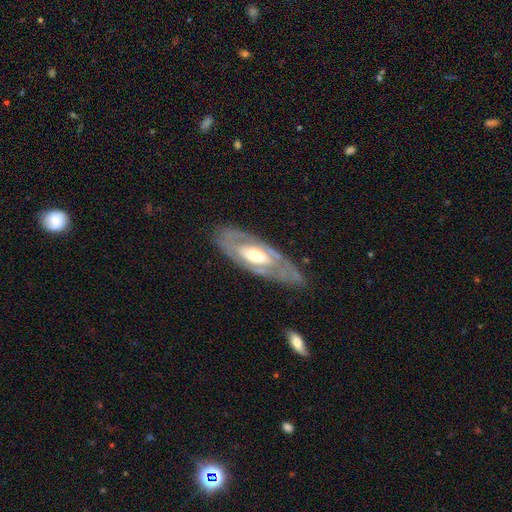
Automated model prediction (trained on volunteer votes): Smooth or featured?
  - featured or disk: 75% *
  - smooth: 21%
  - star or artifact: 5%
Edge-on disk?
  - no: 82% *
  - yes: 18%
Bar?
  - no: 63% *
  - weak: 24%
  - strong: 13%
Spiral arms?
  - no: 53% *
  - yes: 47%
Bulge size?
  - moderate: 65% *
  - large: 18%
  - small: 15%
  - dominant: 2%
  - none: 1%
Merging?
  - none: 76% *
  - minor disturbance: 17%
  - major disturbance: 6%
  - merger: 1%